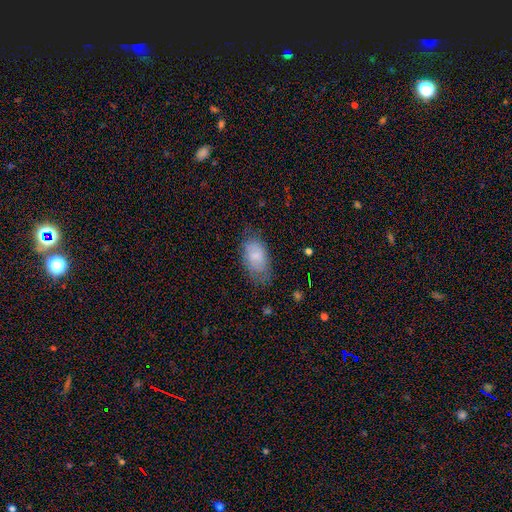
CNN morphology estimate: type=smooth (77%); roundness=in between (93%); merging=none (63%).